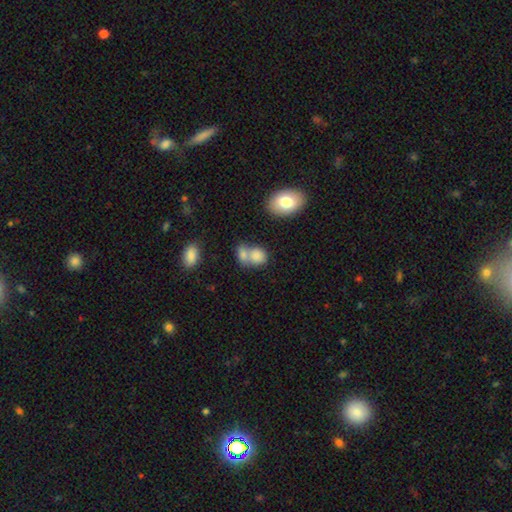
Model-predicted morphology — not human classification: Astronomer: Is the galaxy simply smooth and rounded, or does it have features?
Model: smooth — 81%.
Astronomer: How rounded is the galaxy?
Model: in between — 51% (runner-up: round, 48%).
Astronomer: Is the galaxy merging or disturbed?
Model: merger — 54% (runner-up: none, 32%).